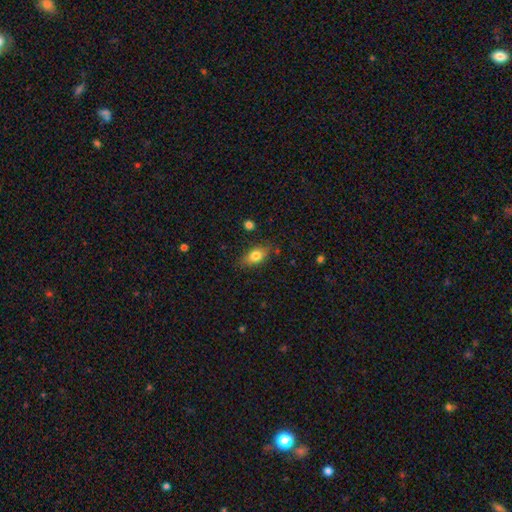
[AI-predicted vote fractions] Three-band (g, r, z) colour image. It shows a smooth galaxy with no disk features (79%) that is in between round and cigar-shaped (83%). Merging: none (77%).